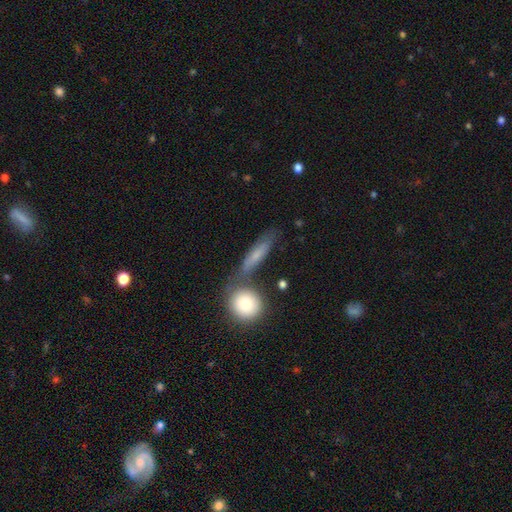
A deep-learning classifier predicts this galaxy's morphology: Overall: smooth (63%; featured or disk 27%). How rounded: cigar-shaped (66%; in between 27%). Merging: none (60%).